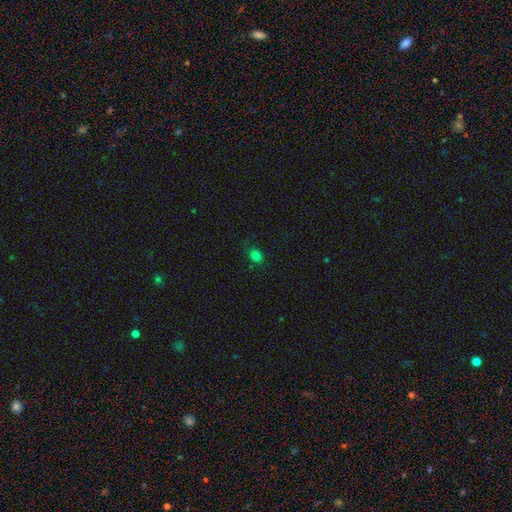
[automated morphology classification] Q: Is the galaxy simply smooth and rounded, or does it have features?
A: smooth — 77%.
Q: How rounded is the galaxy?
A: round — 54%.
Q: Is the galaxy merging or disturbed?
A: none — 79%.